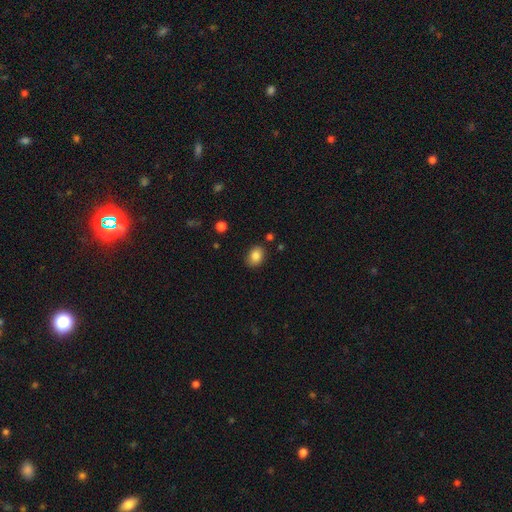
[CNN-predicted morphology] A smooth galaxy with no disk features (85%) that is in between round and cigar-shaped (69%).

Vote fractions:
- Smooth or featured? smooth: 85% / star or artifact: 9% / featured or disk: 6%
- How rounded? in between: 69% / round: 30% / cigar-shaped: 1%
- Merging? none: 84% / minor disturbance: 11% / major disturbance: 3% / merger: 2%